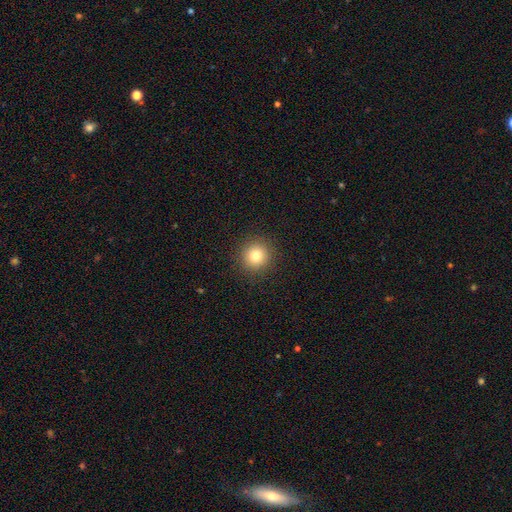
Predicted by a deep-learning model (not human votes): This appears to be a smooth galaxy with no disk features (80%) that is round (93%). Merging: none (92%).